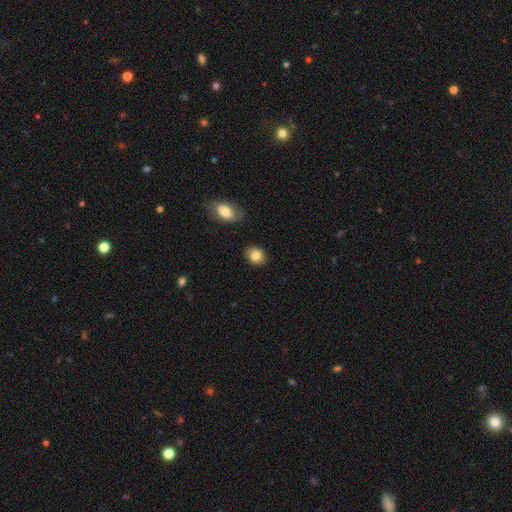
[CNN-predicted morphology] Smooth or featured: smooth — 84% (star or artifact — 9%)
How rounded: round — 56% (in between — 42%)
Merging: none — 86% (minor disturbance — 9%)